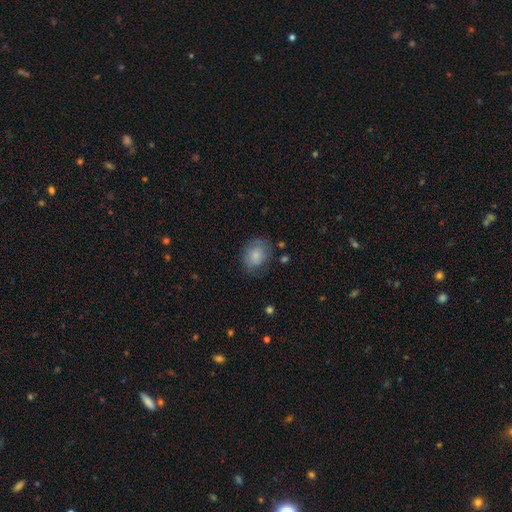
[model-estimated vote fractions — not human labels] Smooth or featured? Predicted: smooth (p=0.79). How rounded? Predicted: round (p=0.54). Merging? Predicted: none (p=0.71).